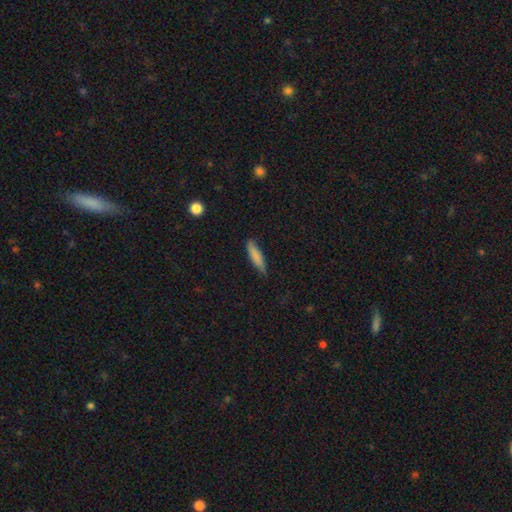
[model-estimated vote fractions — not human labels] The model was most divided on "merging": none: 72%, minor disturbance: 23%, major disturbance: 3%, merger: 2%. More confident: smooth or featured — smooth (80%); how rounded — cigar-shaped (75%).